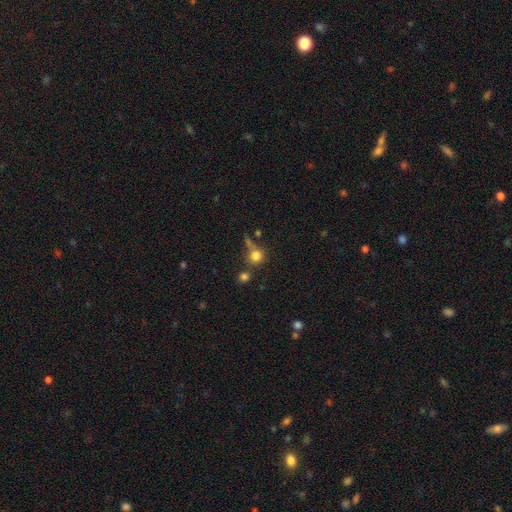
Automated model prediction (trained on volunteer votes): This appears to be a smooth galaxy with no disk features (78%) that is round (86%). Merging: none (57%).